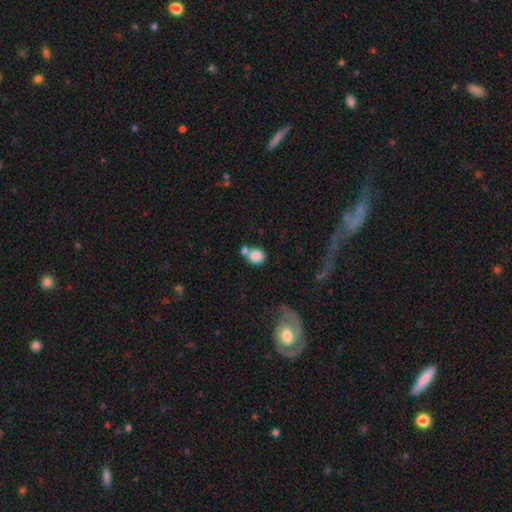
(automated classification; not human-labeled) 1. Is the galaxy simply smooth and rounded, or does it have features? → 84% smooth, 9% star or artifact, 7% featured or disk.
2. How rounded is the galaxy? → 75% round, 23% in between, 1% cigar-shaped.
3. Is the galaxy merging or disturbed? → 50% none, 33% merger, 11% minor disturbance, 5% major disturbance.